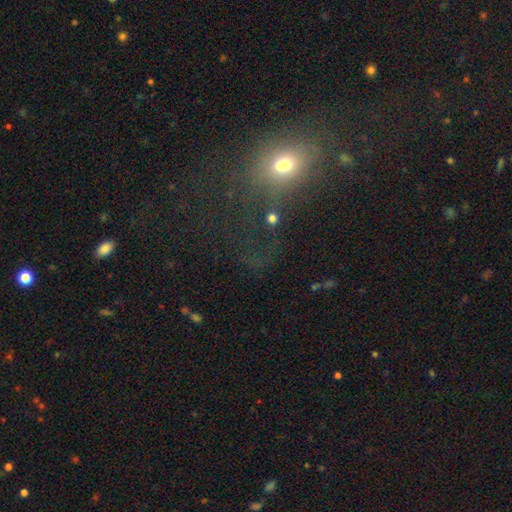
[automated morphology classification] The model was most divided on "smooth or featured": smooth: 45%, star or artifact: 37%, featured or disk: 17%. Remaining: merging — none (49%).